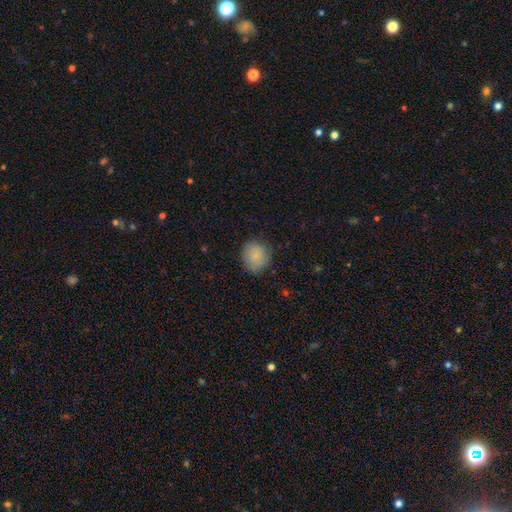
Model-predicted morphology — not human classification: A smooth galaxy with no disk features (84%) that is round (78%). Merging: none (81%).